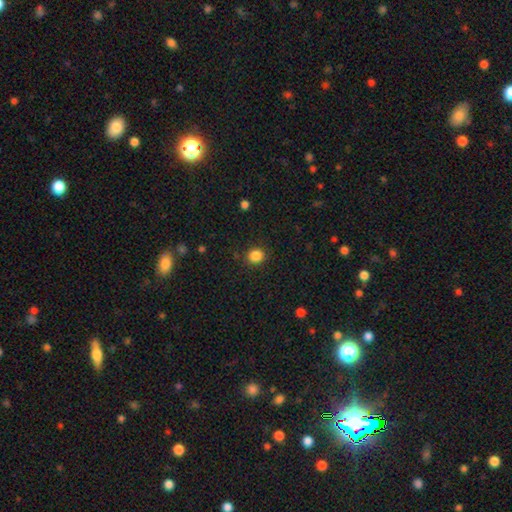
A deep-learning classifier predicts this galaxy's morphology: type=smooth (85%); roundness=round (79%); merging=none (88%).